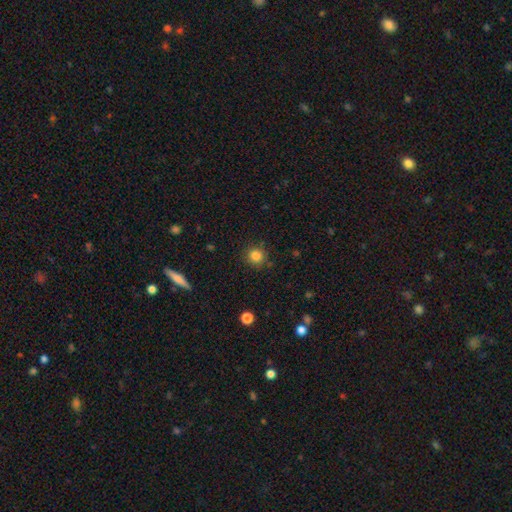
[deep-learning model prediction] This appears to be a smooth galaxy with no disk features (84%) that is round (92%). Merging: none (87%).